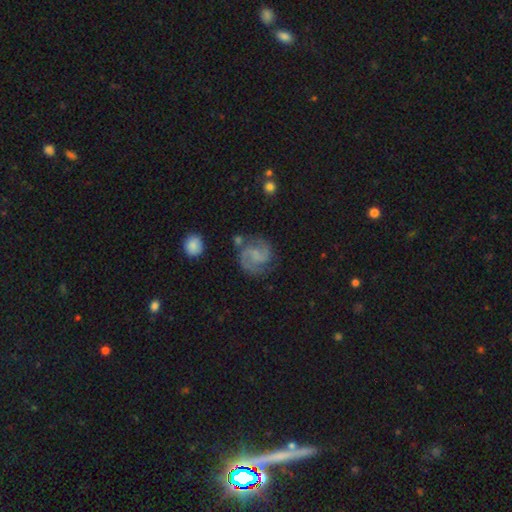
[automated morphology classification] smooth-or-featured: featured or disk: 79% | smooth: 14% | star or artifact: 7%
  disk-edge-on: no: 98% | yes: 2%
    bar: weak: 47% | no: 40% | strong: 13%
    has-spiral-arms: yes: 96% | no: 4%
      spiral-winding: medium: 55% | tight: 23% | loose: 22%
      spiral-arm-count: 2: 89% | can't tell: 4% | 3: 3% | 1: 2% | 4: 1% | more than 4: 1%
    bulge-size: none: 48% | small: 35% | moderate: 13% | large: 2% | dominant: 1%
  merging: none: 72% | minor disturbance: 17% | major disturbance: 8% | merger: 4%